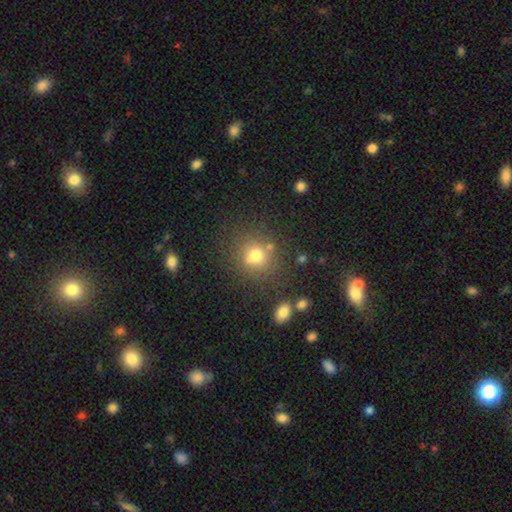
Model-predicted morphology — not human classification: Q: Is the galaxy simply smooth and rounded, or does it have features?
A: smooth — 71%.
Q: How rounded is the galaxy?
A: round — 84%.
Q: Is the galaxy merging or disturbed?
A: none — 71%.